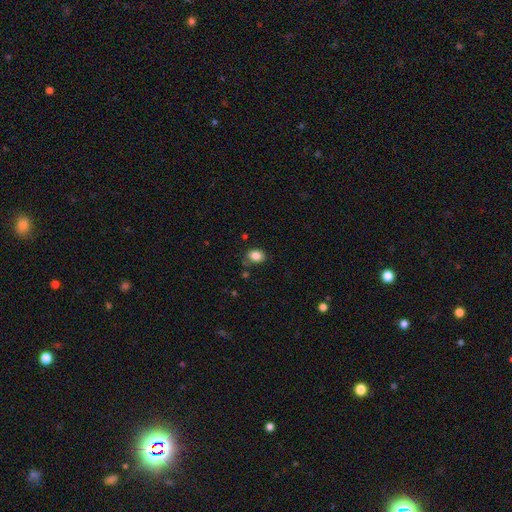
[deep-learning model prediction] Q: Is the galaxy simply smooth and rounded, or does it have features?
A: smooth — 85%.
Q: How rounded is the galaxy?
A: in between — 65%.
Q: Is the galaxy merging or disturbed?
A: none — 72%.